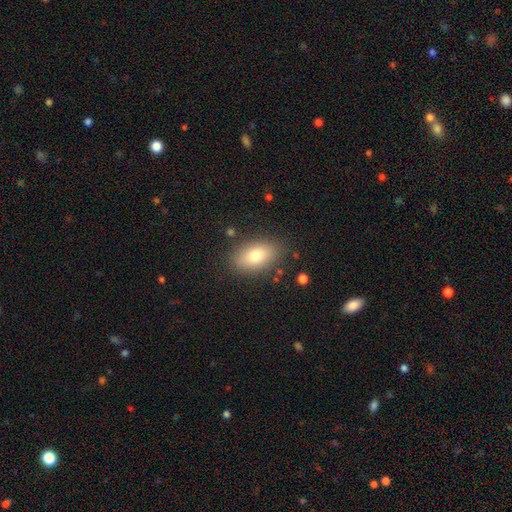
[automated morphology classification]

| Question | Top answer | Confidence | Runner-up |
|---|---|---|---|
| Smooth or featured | smooth | 77% | featured or disk (14%) |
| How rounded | in between | 89% | round (9%) |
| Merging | none | 84% | minor disturbance (11%) |